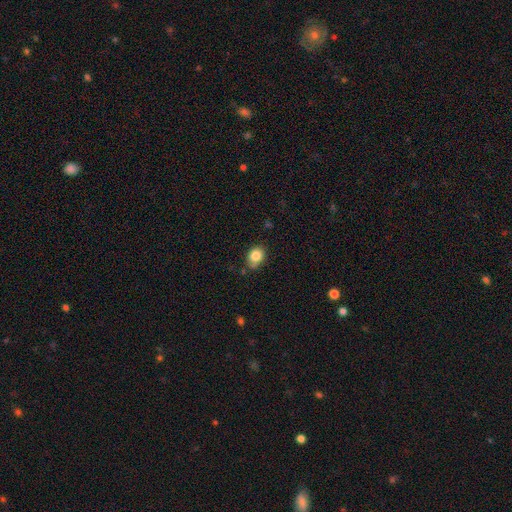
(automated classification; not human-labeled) smooth_or_featured: smooth (p=0.84) [alt: star or artifact p=0.09]
how_rounded: in between (p=0.57) [alt: round p=0.42]
merging: none (p=0.69) [alt: minor disturbance p=0.23]